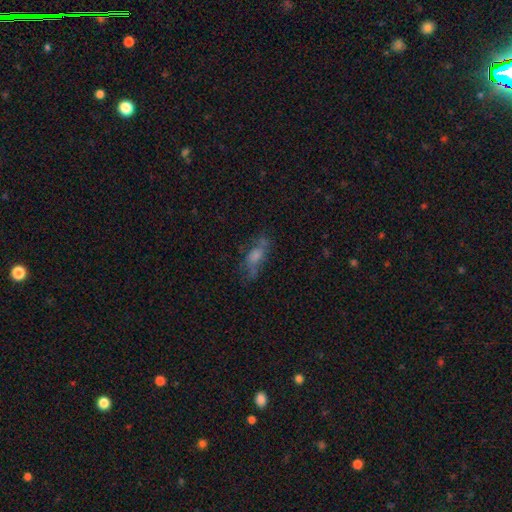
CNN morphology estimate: Q: Smooth or featured?
A: smooth (51%); runner-up: featured or disk (36%)
Q: How rounded?
A: in between (63%); runner-up: cigar-shaped (32%)
Q: Merging?
A: none (49%); runner-up: minor disturbance (24%)